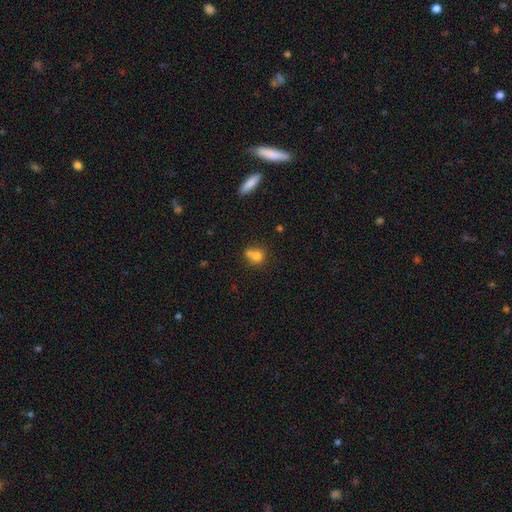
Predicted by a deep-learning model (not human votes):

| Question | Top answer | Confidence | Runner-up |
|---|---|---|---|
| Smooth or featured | smooth | 74% | featured or disk (14%) |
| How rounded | round | 75% | in between (24%) |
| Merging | merger | 51% | none (35%) |